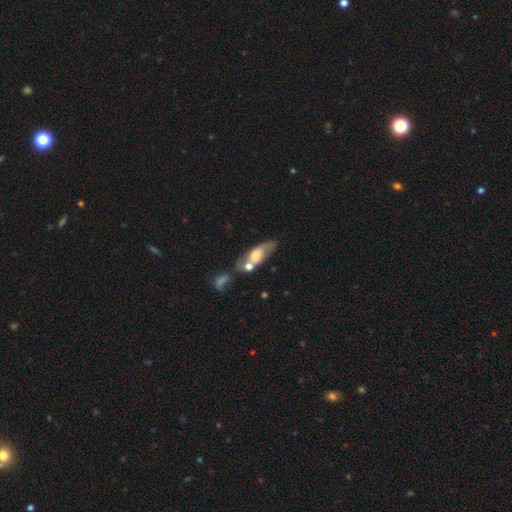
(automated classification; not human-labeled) Smooth or featured?
  - smooth: 50% *
  - featured or disk: 43%
  - star or artifact: 7%
How rounded?
  - in between: 66% *
  - cigar-shaped: 27%
  - round: 7%
Merging?
  - none: 39% *
  - merger: 36%
  - minor disturbance: 16%
  - major disturbance: 9%